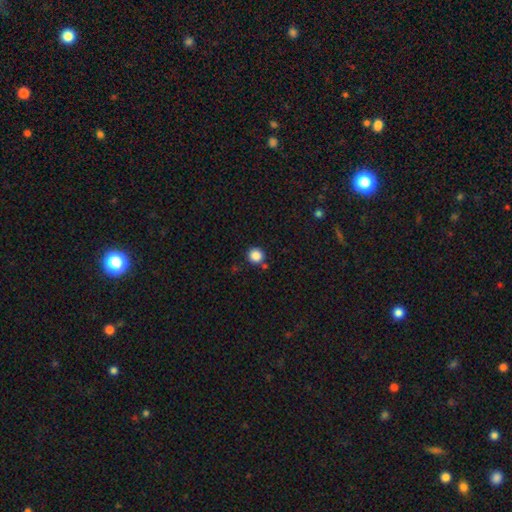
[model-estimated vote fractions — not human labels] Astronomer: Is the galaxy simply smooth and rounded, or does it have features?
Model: smooth — 86%.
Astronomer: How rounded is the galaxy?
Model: round — 94%.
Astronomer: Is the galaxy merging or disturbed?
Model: none — 83%.